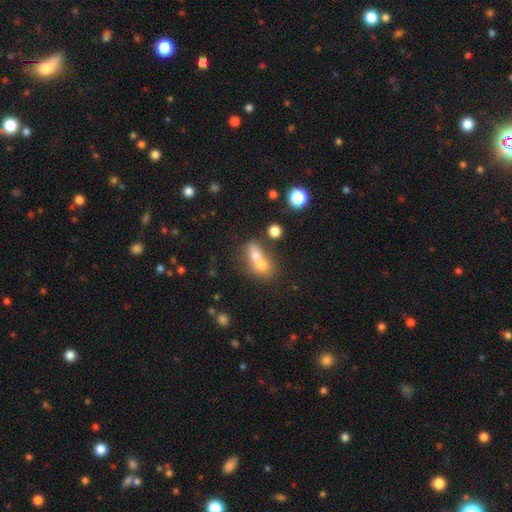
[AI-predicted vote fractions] Smooth or featured? smooth (64%)
How rounded? in between (56%)
Merging? merger (70%)